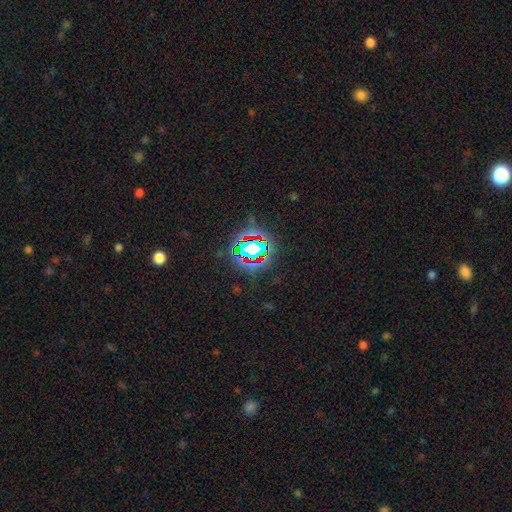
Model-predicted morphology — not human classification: smooth-or-featured: star or artifact: 75% | smooth: 14% | featured or disk: 11%